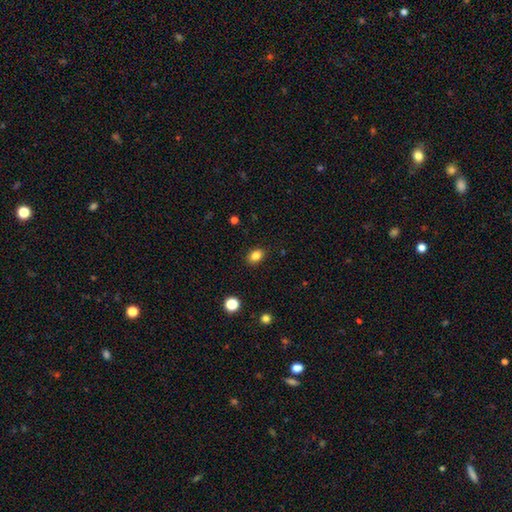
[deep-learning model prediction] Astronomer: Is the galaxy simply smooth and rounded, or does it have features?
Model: smooth — 84%.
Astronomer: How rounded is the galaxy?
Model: in between — 68%.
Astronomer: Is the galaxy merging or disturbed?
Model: none — 88%.